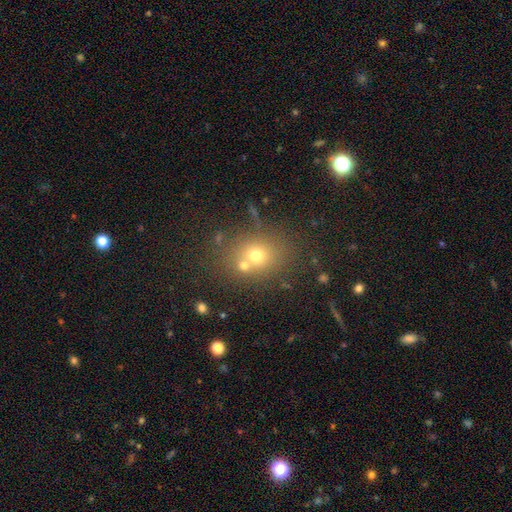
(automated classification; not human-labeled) smooth-or-featured: smooth: 64% | star or artifact: 19% | featured or disk: 17%
  how-rounded: round: 69% | in between: 30% | cigar-shaped: 1%
  merging: none: 60% | merger: 25% | minor disturbance: 10% | major disturbance: 5%